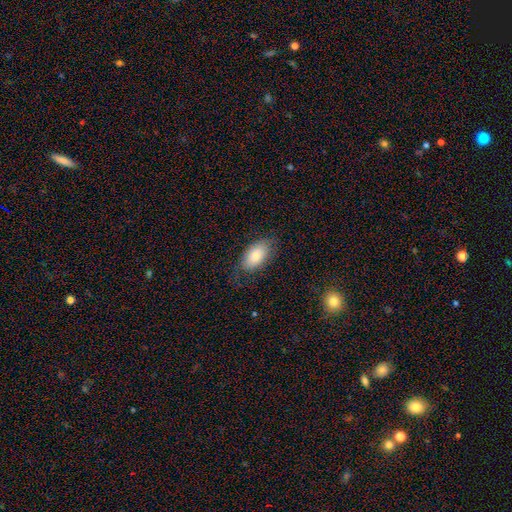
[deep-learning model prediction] smooth 81%, featured or disk 13%, star or artifact 7%. Down the decision tree: how rounded — in between (94%); merging — none (72%).